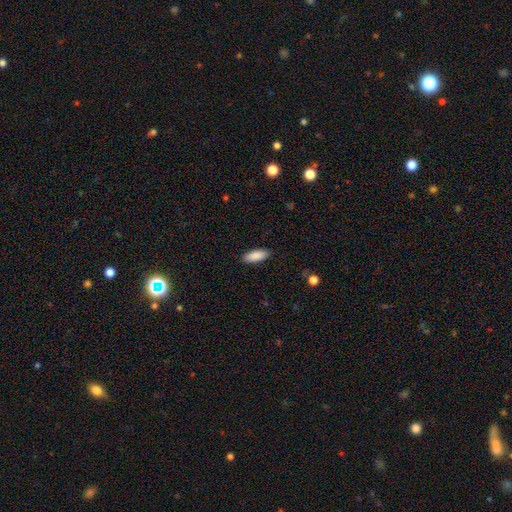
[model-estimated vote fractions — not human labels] Smooth or featured? Predicted: smooth (p=0.90). How rounded? Predicted: in between (p=0.76). Merging? Predicted: none (p=0.88).